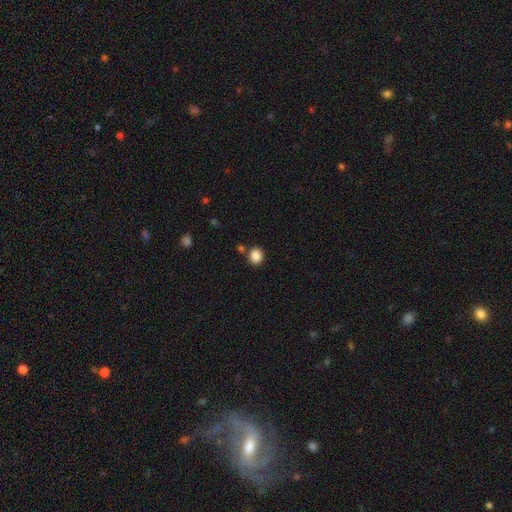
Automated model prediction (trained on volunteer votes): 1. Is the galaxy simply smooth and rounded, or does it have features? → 87% smooth, 9% star or artifact, 4% featured or disk.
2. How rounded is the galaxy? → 74% round, 25% in between, 1% cigar-shaped.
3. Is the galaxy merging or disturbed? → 82% none, 9% minor disturbance, 7% merger, 3% major disturbance.